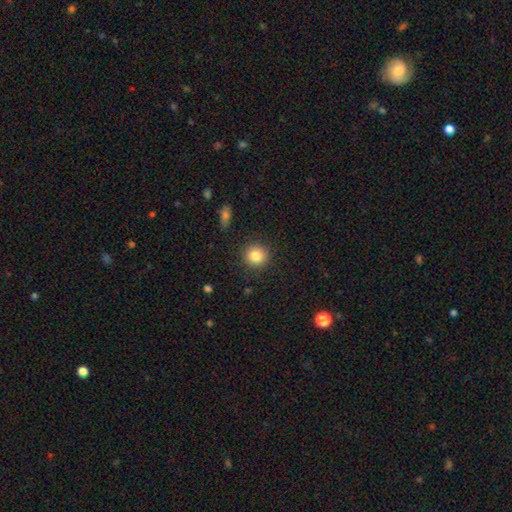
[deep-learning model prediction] Overall: smooth (83%). How rounded: round (92%). Merging: none (90%).